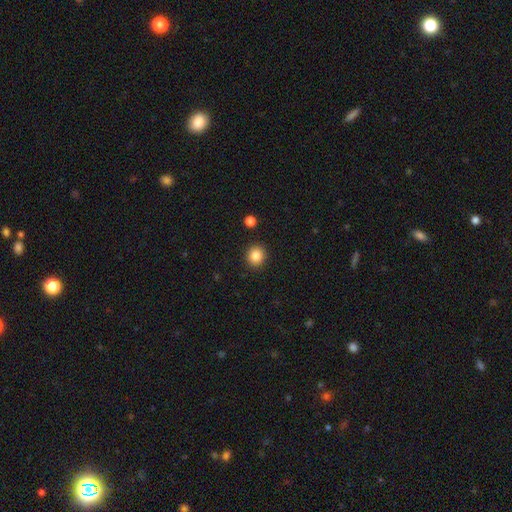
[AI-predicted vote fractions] Smooth or featured? Predicted: smooth (p=0.86). How rounded? Predicted: round (p=0.86). Merging? Predicted: none (p=0.91).